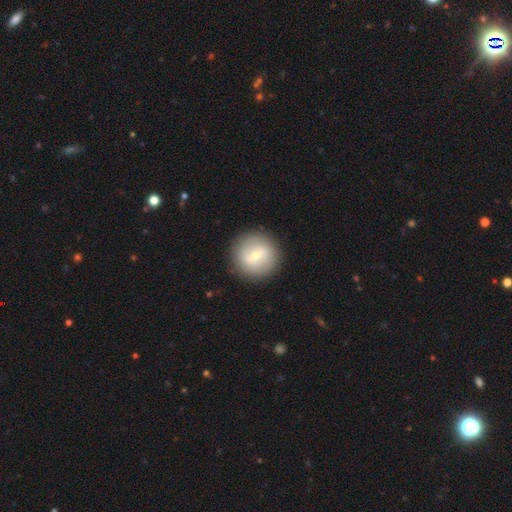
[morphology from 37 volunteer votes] Smooth or featured? 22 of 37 (59%) said smooth. How rounded? 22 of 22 (100%) said round. Merging? 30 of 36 (83%) said none.